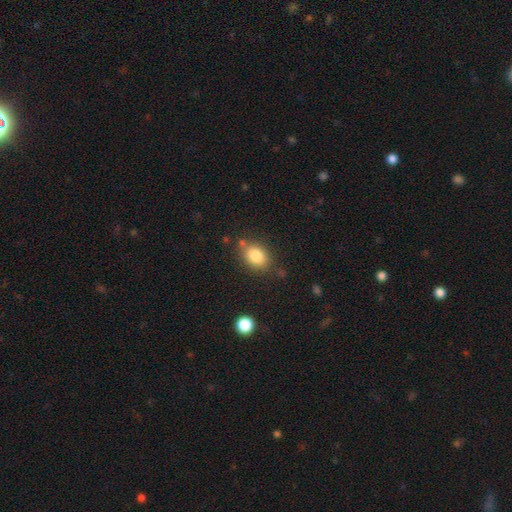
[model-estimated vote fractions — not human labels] smooth_or_featured: smooth (p=0.84) [alt: star or artifact p=0.09]
how_rounded: in between (p=0.67) [alt: round p=0.32]
merging: none (p=0.74) [alt: minor disturbance p=0.16]